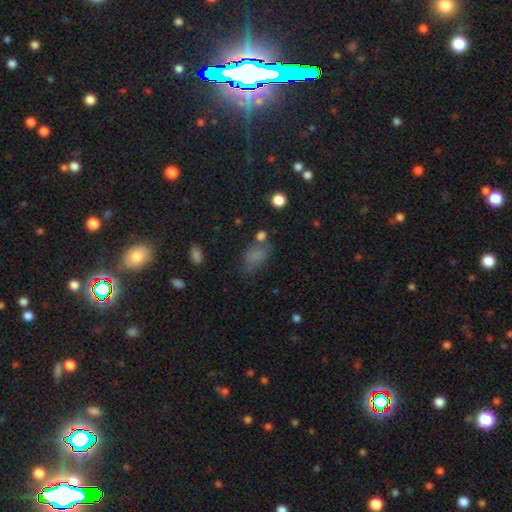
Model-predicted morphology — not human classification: Q: Smooth or featured?
A: smooth (69%); runner-up: star or artifact (18%)
Q: How rounded?
A: in between (85%); runner-up: round (11%)
Q: Merging?
A: none (51%); runner-up: minor disturbance (24%)